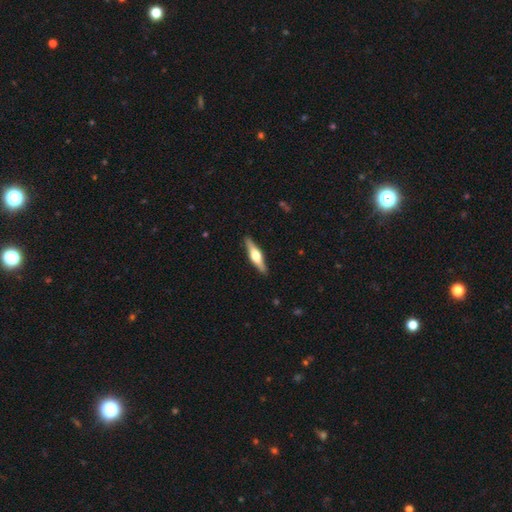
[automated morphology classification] Smooth or featured? featured or disk (69%)
Edge-on disk? yes (97%)
Edge-on bulge? rounded (94%)
Merging? none (91%)